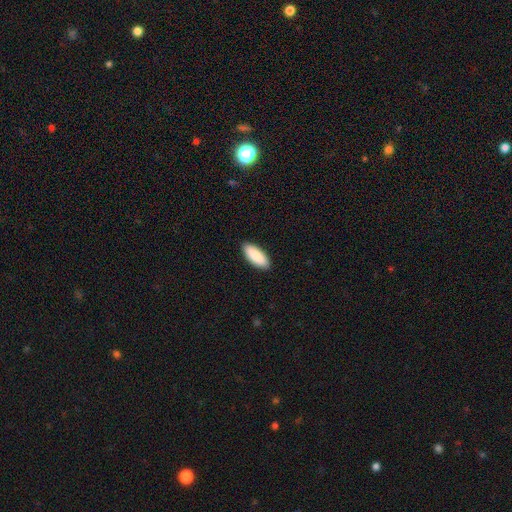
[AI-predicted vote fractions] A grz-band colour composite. It shows a smooth galaxy with no disk features (89%) that is in between round and cigar-shaped (81%). Merging: none (91%).